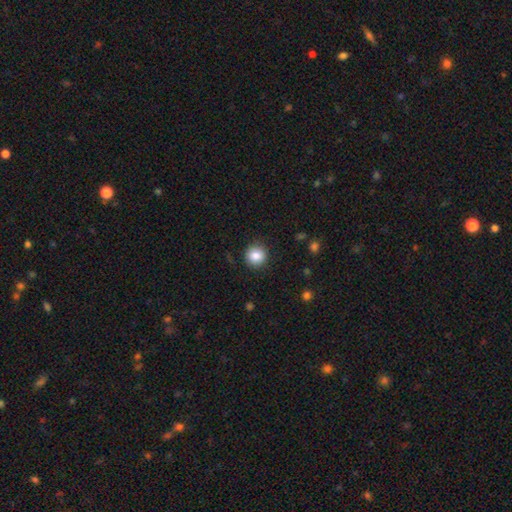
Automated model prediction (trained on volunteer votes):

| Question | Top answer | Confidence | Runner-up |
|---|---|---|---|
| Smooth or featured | smooth | 86% | star or artifact (9%) |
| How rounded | round | 92% | in between (7%) |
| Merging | none | 90% | minor disturbance (7%) |